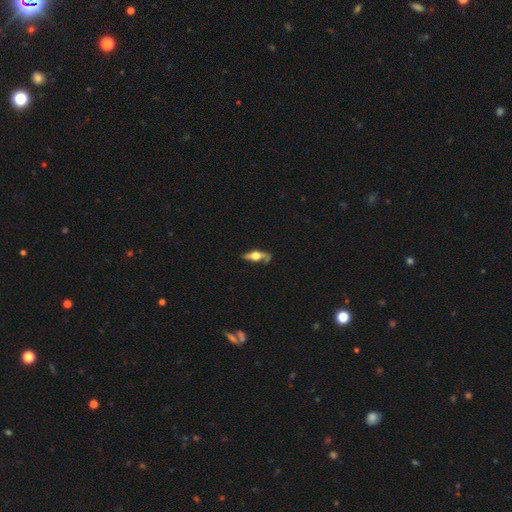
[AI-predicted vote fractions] Smooth or featured: featured or disk — 59% (smooth — 35%)
Edge-on disk: yes — 81% (no — 19%)
Merging: none — 69% (minor disturbance — 20%)